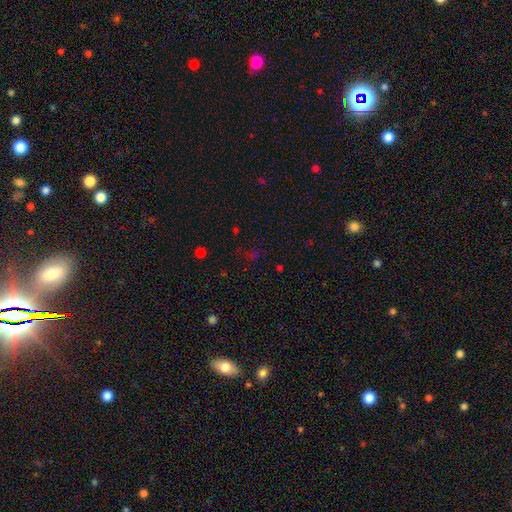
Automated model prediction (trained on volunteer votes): smooth_or_featured: star or artifact (p=0.52) [alt: smooth p=0.41]